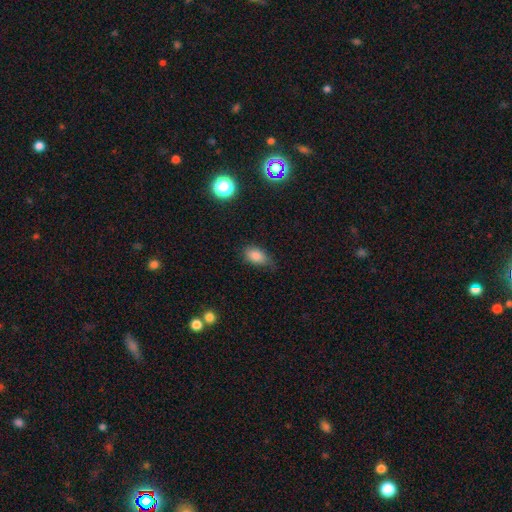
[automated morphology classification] This appears to be a smooth galaxy with no disk features (83%) that is in between round and cigar-shaped (87%). Merging: none (64%).